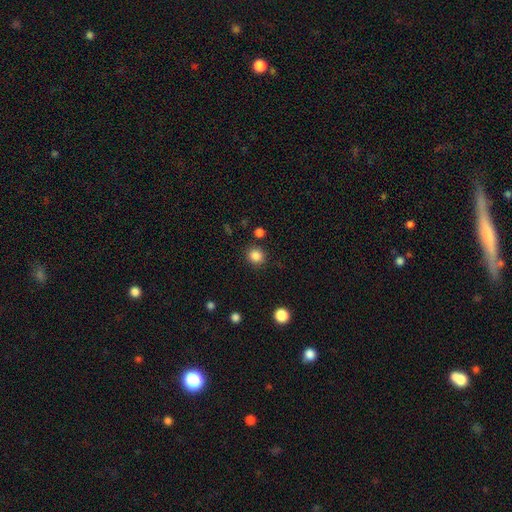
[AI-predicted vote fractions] Smooth or featured? Predicted: smooth (p=0.86). How rounded? Predicted: round (p=0.85). Merging? Predicted: none (p=0.87).